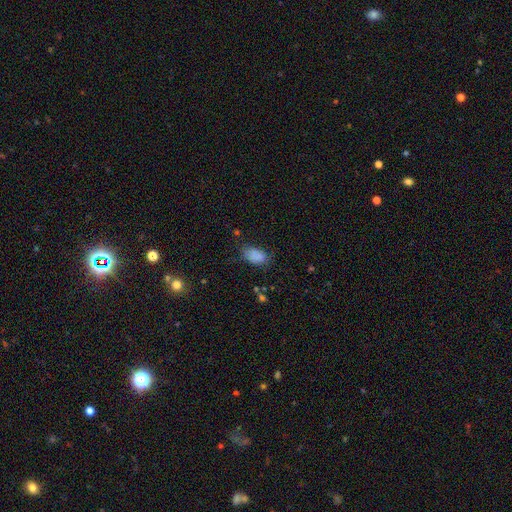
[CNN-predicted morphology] smooth_or_featured: smooth (p=0.83) [alt: star or artifact p=0.10]
how_rounded: in between (p=0.90) [alt: round p=0.08]
merging: none (p=0.58) [alt: minor disturbance p=0.29]